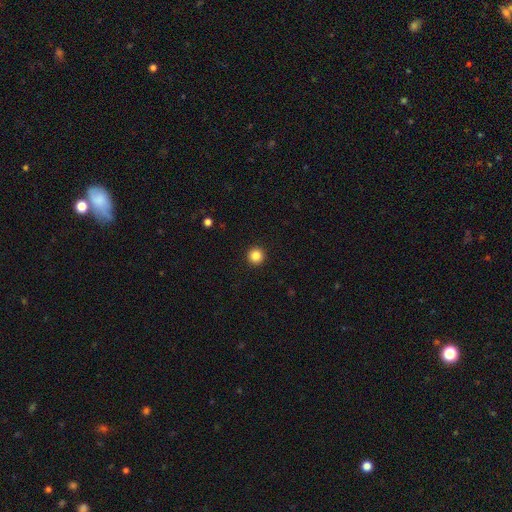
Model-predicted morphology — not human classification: smooth-or-featured: smooth: 86% | star or artifact: 11% | featured or disk: 4%
  how-rounded: round: 96% | in between: 3% | cigar-shaped: 1%
  merging: none: 94% | minor disturbance: 4% | major disturbance: 2% | merger: 1%